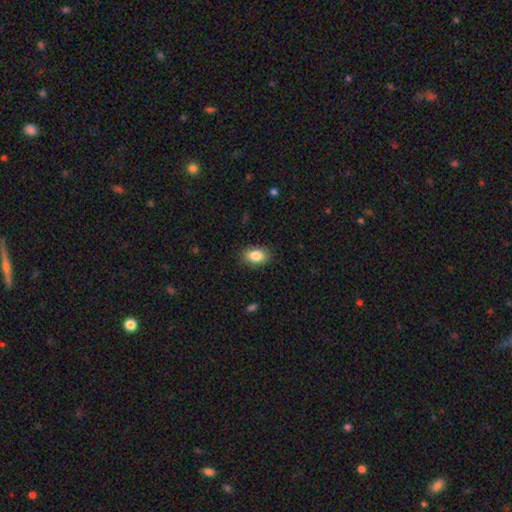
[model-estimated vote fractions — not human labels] Smooth or featured: smooth — 86% (star or artifact — 8%)
How rounded: in between — 84% (round — 14%)
Merging: none — 87% (minor disturbance — 10%)